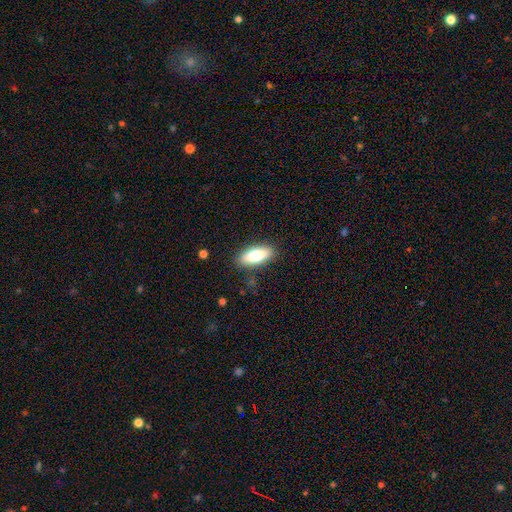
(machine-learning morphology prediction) Smooth or featured: smooth — 71% (featured or disk — 22%)
How rounded: in between — 76% (cigar-shaped — 21%)
Merging: none — 87% (minor disturbance — 10%)